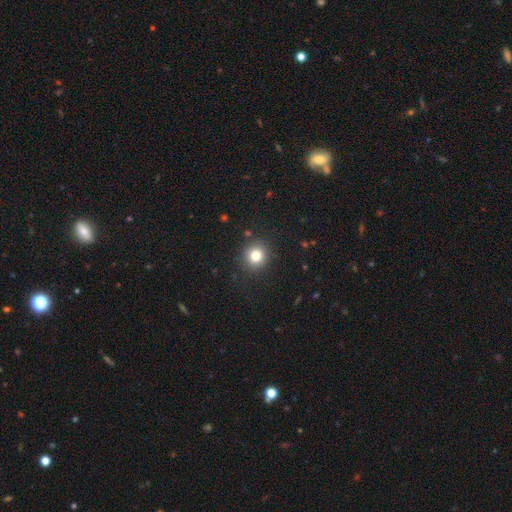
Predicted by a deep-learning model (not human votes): Smooth or featured: smooth — 81% (star or artifact — 12%)
How rounded: round — 90% (in between — 9%)
Merging: none — 89% (minor disturbance — 7%)